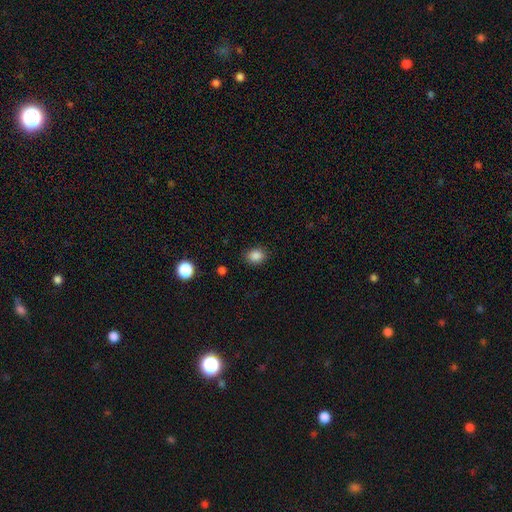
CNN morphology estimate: smooth-or-featured: smooth: 85% | star or artifact: 11% | featured or disk: 4%
  how-rounded: round: 50% | in between: 49% | cigar-shaped: 1%
  merging: none: 86% | minor disturbance: 10% | major disturbance: 3% | merger: 1%